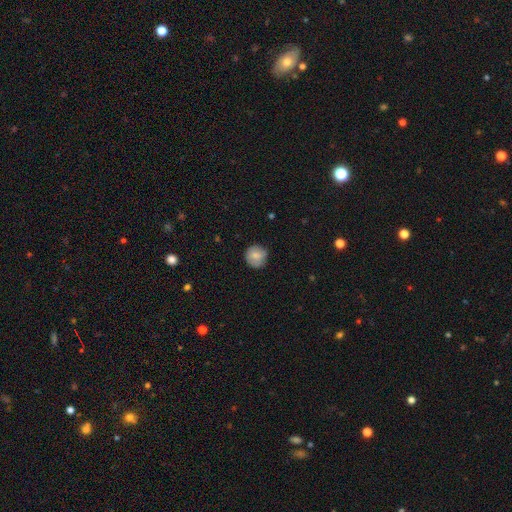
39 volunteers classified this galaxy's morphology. type=smooth (90%); roundness=round (94%); merging=none (68%).